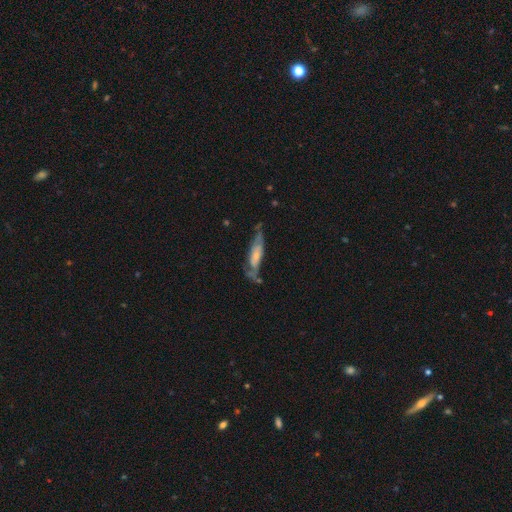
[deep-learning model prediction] This is possibly a featured or disk galaxy (54%). It is likely not viewed edge-on (63%). Merging: possibly none (48%).